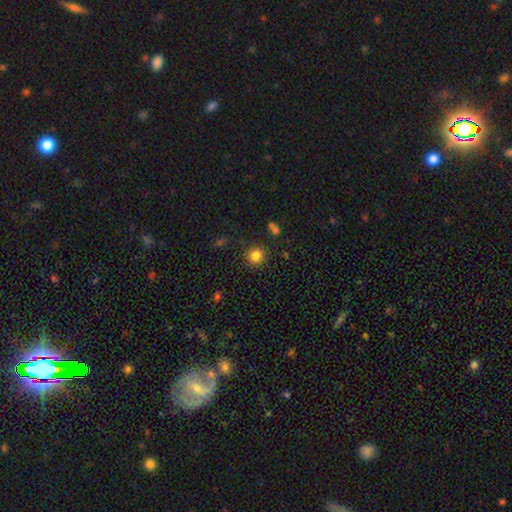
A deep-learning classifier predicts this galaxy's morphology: This appears to be a smooth galaxy with no disk features (83%) that is round (86%). Merging: none (84%).